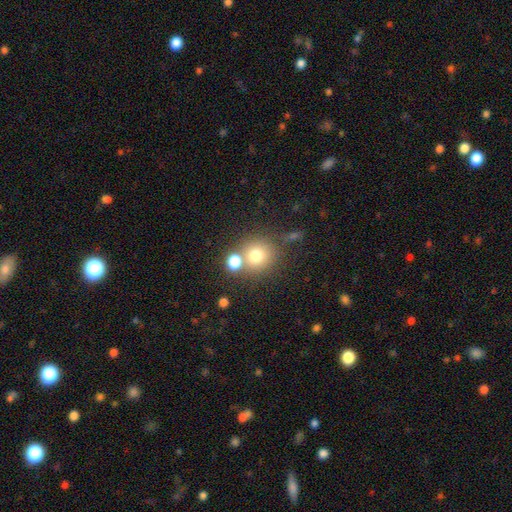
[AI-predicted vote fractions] smooth_or_featured: smooth (p=0.75) [alt: star or artifact p=0.14]
how_rounded: round (p=0.88) [alt: in between p=0.11]
merging: none (p=0.59) [alt: merger p=0.28]